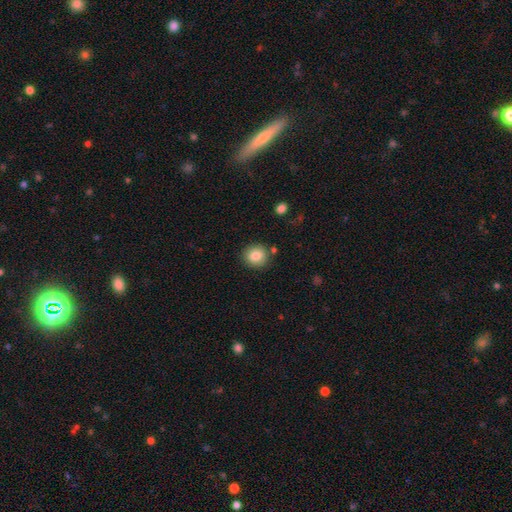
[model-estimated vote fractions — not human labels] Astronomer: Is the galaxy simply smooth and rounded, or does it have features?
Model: smooth — 84%.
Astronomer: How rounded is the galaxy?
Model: round — 87%.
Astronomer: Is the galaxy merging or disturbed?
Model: none — 85%.